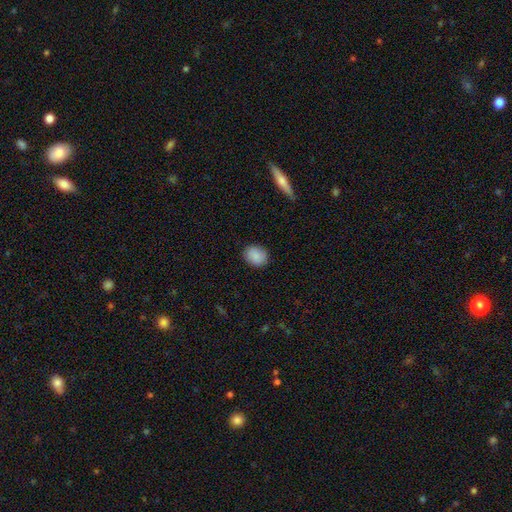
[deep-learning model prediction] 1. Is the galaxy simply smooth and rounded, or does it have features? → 87% smooth, 7% star or artifact, 5% featured or disk.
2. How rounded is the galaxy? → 64% round, 35% in between, 1% cigar-shaped.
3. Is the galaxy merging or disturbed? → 87% none, 9% minor disturbance, 2% major disturbance, 1% merger.